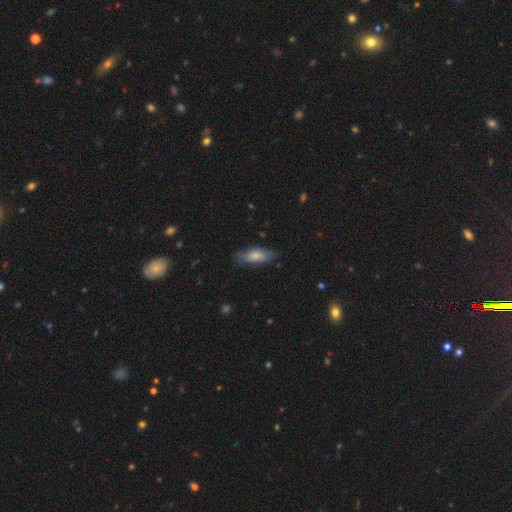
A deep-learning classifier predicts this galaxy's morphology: type=smooth (76%); roundness=in between (66%); merging=none (78%).